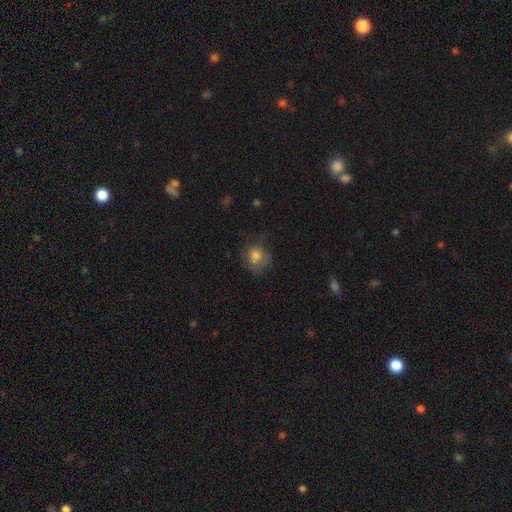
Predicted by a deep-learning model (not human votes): Morphology: type=smooth (78%); roundness=round (75%); merging=none (55%).